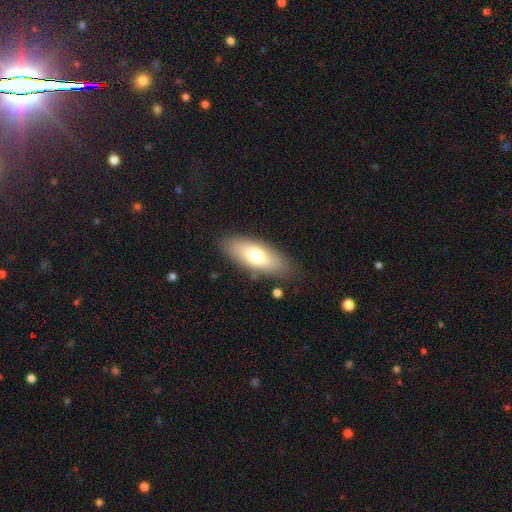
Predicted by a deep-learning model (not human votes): Morphology: type=smooth (69%); roundness=in between (77%); merging=none (83%).